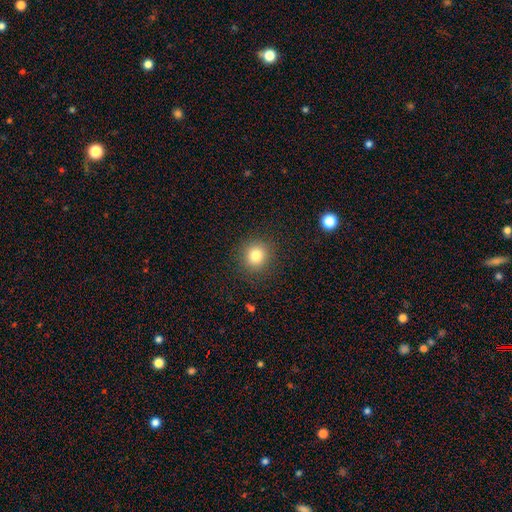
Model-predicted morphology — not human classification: Smooth or featured? smooth (81%)
How rounded? round (90%)
Merging? none (90%)